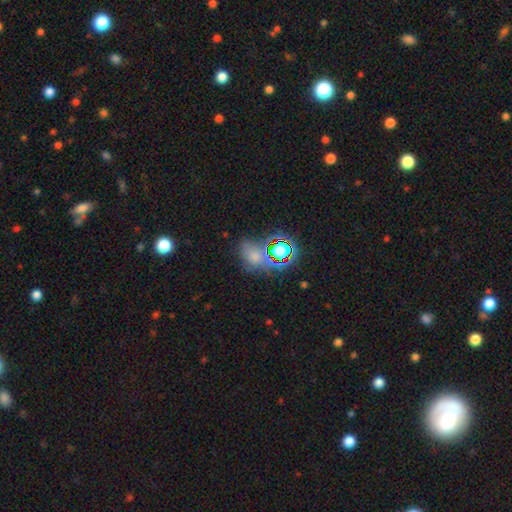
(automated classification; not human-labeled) Smooth or featured: smooth — 53% (star or artifact — 36%)
How rounded: in between — 60% (round — 38%)
Merging: none — 58% (minor disturbance — 18%)